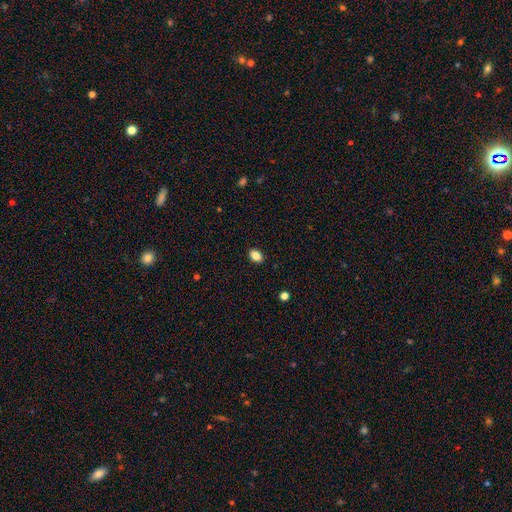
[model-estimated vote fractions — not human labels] This appears to be a smooth galaxy with no disk features (87%) that is in between round and cigar-shaped (84%). Merging: none (89%).